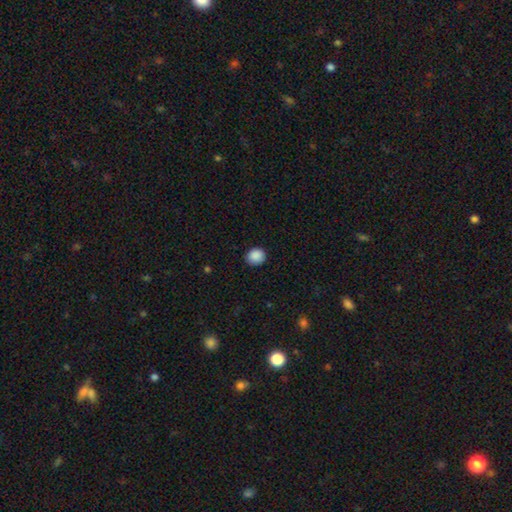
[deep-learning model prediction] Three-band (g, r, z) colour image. It shows a smooth galaxy with no disk features (88%) that is round (80%). Merging: none (88%).